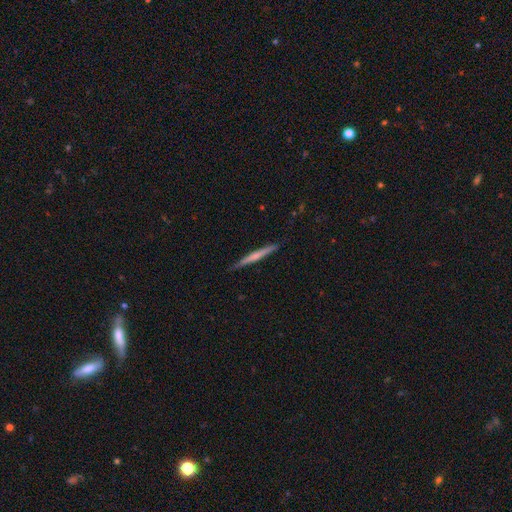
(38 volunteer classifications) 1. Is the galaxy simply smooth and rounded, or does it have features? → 63% featured or disk, 34% smooth, 3% star or artifact.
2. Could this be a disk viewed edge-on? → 100% yes, 0% no.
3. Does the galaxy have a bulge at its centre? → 46% none, 42% rounded, 12% boxy.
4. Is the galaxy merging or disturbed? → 92% none, 8% minor disturbance, 0% major disturbance, 0% merger.